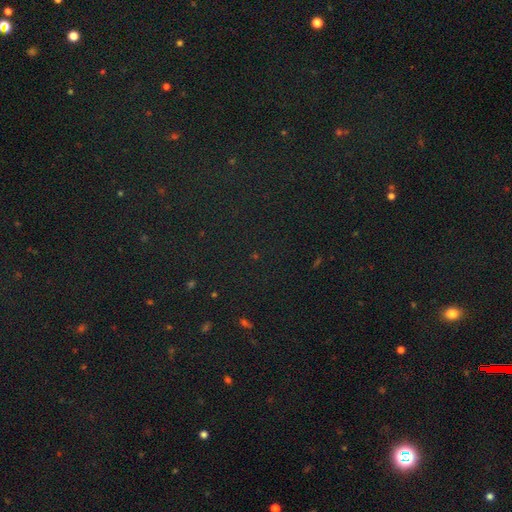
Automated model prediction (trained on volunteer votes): The model was most divided on "smooth or featured": star or artifact: 79%, smooth: 14%, featured or disk: 7%.